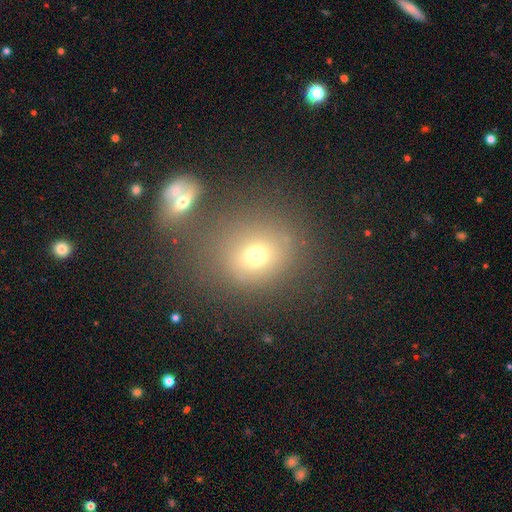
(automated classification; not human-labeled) Morphology: type=smooth (69%); roundness=round (70%); merging=none (63%).